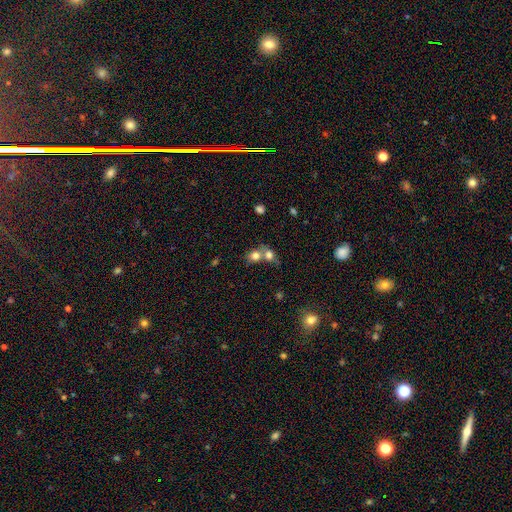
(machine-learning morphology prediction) Overall: smooth (76%). How rounded: round (65%; in between 34%). Merging: merger (64%; none 26%).